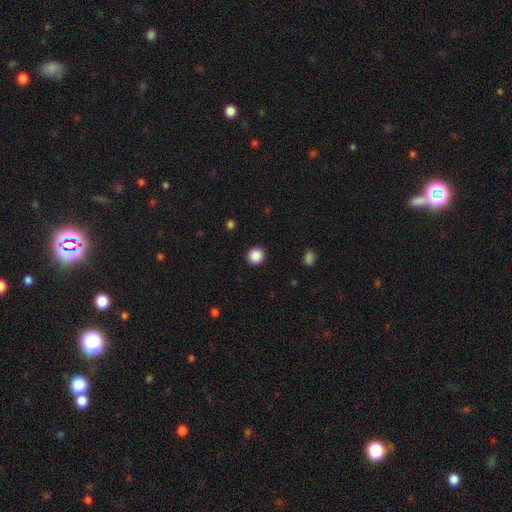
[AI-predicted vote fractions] smooth_or_featured: smooth (p=0.88) [alt: star or artifact p=0.09]
how_rounded: round (p=0.93) [alt: in between p=0.06]
merging: none (p=0.92) [alt: minor disturbance p=0.05]